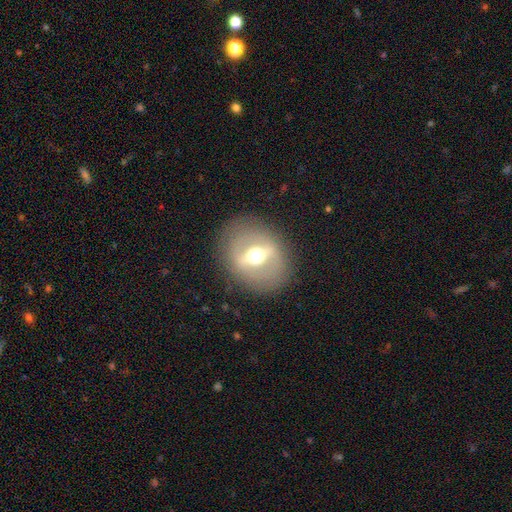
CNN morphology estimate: This is likely a featured or disk galaxy (65%). It is clearly not viewed edge-on (80%). Bar: likely strong (63%). Spiral arm pattern: clearly no (86%). Central bulge: likely moderate (67%). Merging: clearly none (83%).